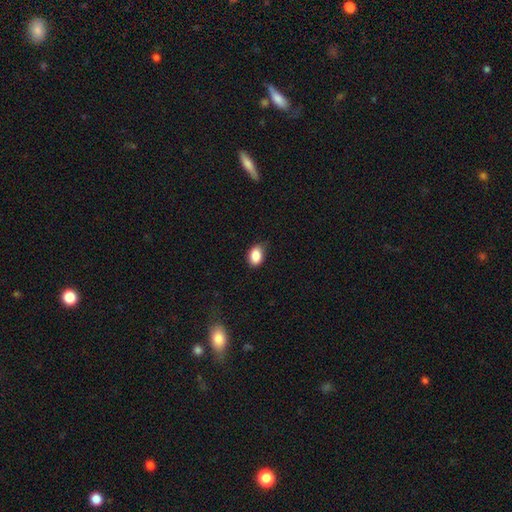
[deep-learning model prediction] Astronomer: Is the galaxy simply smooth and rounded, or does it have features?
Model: smooth — 87%.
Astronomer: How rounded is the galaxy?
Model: in between — 82%.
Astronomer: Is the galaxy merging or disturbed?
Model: none — 70%.